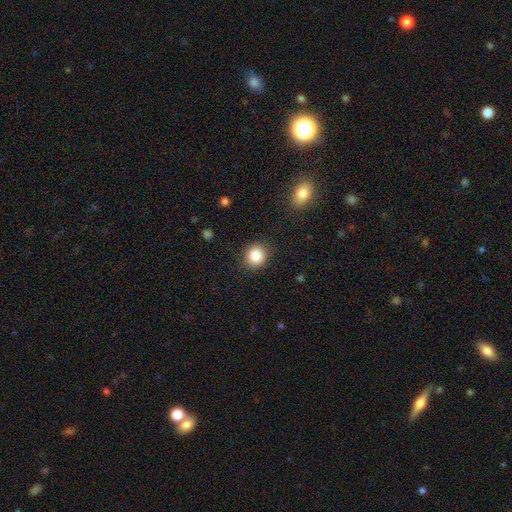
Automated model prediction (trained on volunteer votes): smooth_or_featured: smooth (p=0.86) [alt: star or artifact p=0.09]
how_rounded: round (p=0.82) [alt: in between p=0.17]
merging: none (p=0.87) [alt: minor disturbance p=0.09]